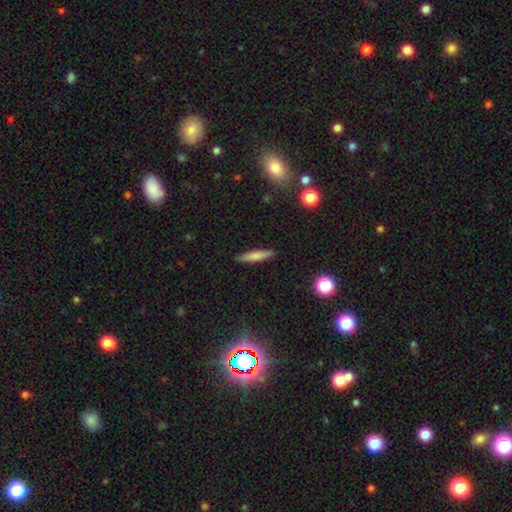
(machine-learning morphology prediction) Q: Smooth or featured?
A: smooth (71%); runner-up: featured or disk (21%)
Q: How rounded?
A: cigar-shaped (87%); runner-up: in between (12%)
Q: Merging?
A: none (89%); runner-up: minor disturbance (8%)